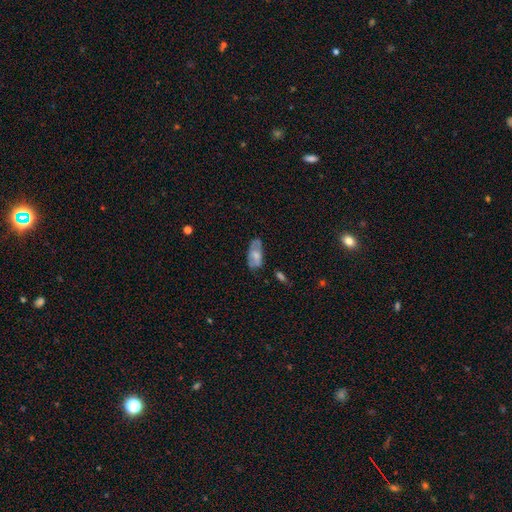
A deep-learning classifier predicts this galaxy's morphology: smooth_or_featured: smooth (p=0.59) [alt: featured or disk p=0.34]
how_rounded: in between (p=0.90) [alt: cigar-shaped p=0.07]
merging: none (p=0.58) [alt: minor disturbance p=0.28]